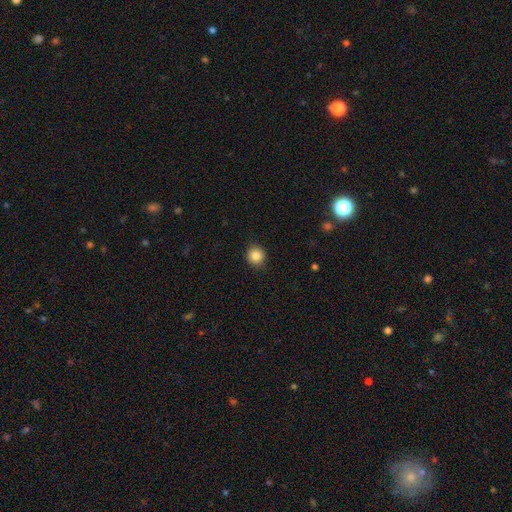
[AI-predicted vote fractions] smooth-or-featured: smooth: 85% | star or artifact: 10% | featured or disk: 5%
  how-rounded: round: 88% | in between: 11% | cigar-shaped: 1%
  merging: none: 90% | minor disturbance: 7% | major disturbance: 2% | merger: 1%